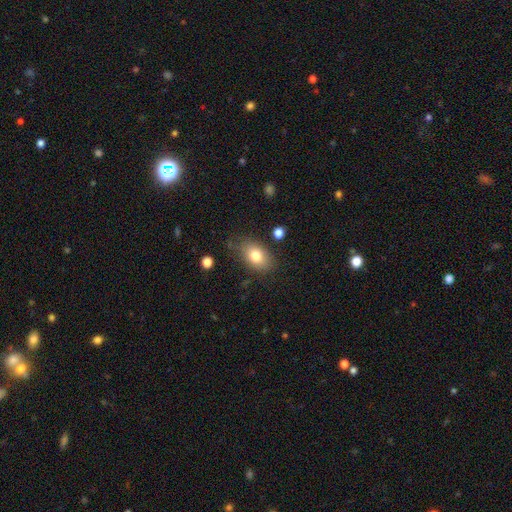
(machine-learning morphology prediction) Smooth or featured?
  - smooth: 78% *
  - featured or disk: 13%
  - star or artifact: 9%
How rounded?
  - in between: 84% *
  - round: 14%
  - cigar-shaped: 2%
Merging?
  - none: 75% *
  - minor disturbance: 18%
  - major disturbance: 5%
  - merger: 3%